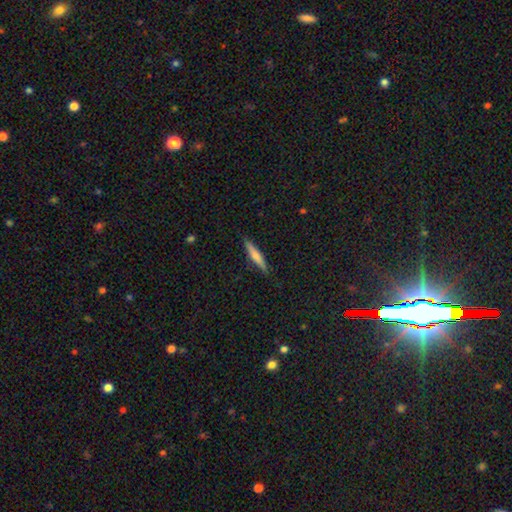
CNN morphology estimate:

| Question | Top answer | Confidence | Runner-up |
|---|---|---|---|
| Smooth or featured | smooth | 59% | featured or disk (35%) |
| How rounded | cigar-shaped | 91% | in between (7%) |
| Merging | none | 88% | minor disturbance (9%) |